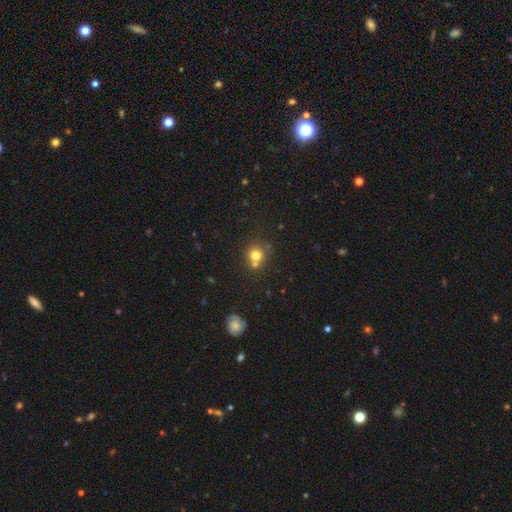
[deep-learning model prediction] Morphology: type=smooth (73%); roundness=round (88%); merging=none (59%).